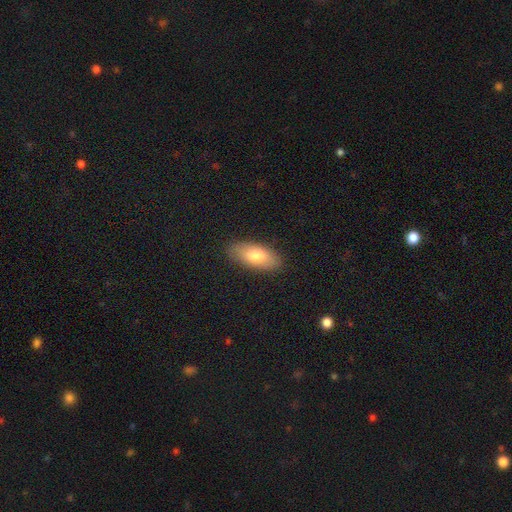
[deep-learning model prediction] A smooth galaxy with no disk features (76%) that is in between round and cigar-shaped (84%).

Vote fractions:
- Smooth or featured? smooth: 76% / featured or disk: 18% / star or artifact: 6%
- How rounded? in between: 84% / cigar-shaped: 14% / round: 2%
- Merging? none: 87% / minor disturbance: 10% / major disturbance: 2% / merger: 1%